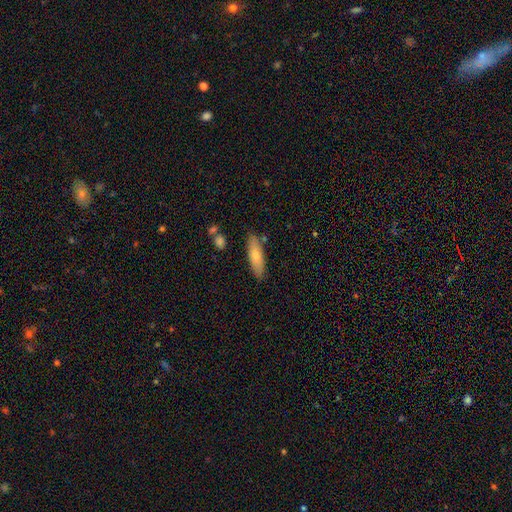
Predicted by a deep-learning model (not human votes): smooth 72%, featured or disk 22%, star or artifact 6%. Down the decision tree: how rounded — cigar-shaped (63%); merging — none (82%).